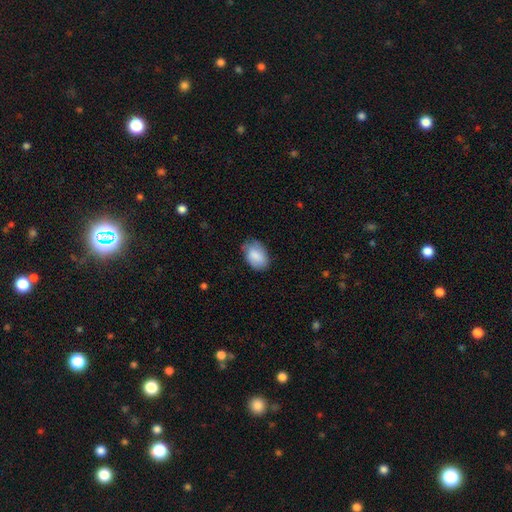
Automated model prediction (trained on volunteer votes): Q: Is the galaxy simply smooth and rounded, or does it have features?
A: smooth — 82%.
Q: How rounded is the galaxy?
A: in between — 86%.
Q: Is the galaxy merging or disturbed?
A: none — 67%.